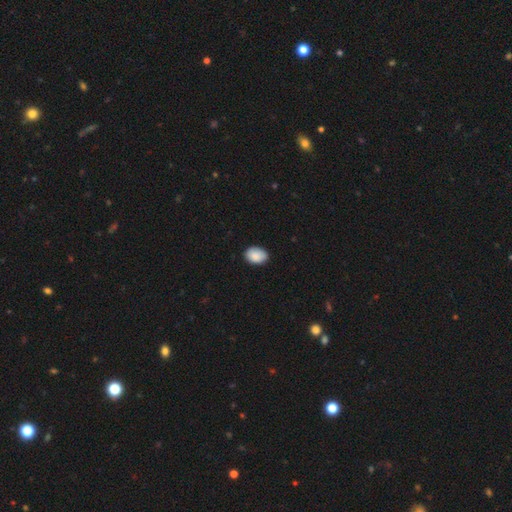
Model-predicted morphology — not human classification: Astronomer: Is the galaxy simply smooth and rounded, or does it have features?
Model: smooth — 89%.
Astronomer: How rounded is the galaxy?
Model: in between — 81%.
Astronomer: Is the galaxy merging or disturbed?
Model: none — 82%.